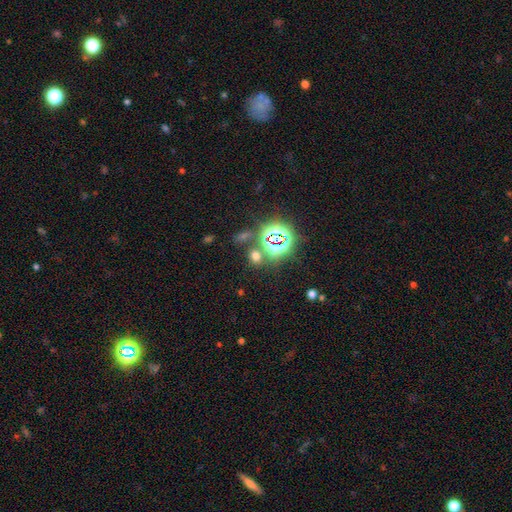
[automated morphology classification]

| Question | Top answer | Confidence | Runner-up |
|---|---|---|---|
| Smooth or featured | smooth | 49% | star or artifact (44%) |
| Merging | none | 74% | merger (12%) |